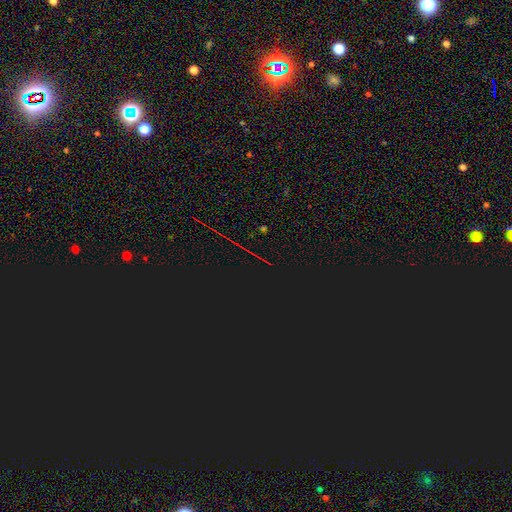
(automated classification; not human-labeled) The model was most divided on "smooth or featured": star or artifact: 83%, smooth: 9%, featured or disk: 8%.